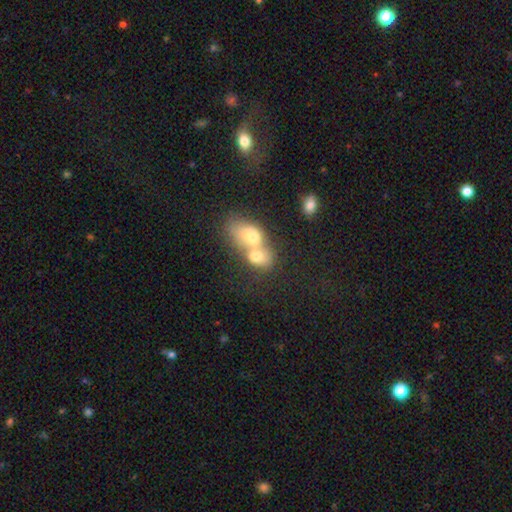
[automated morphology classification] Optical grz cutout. It shows a smooth galaxy with no disk features (68%) that is in between round and cigar-shaped (65%). Merging: merger (79%).